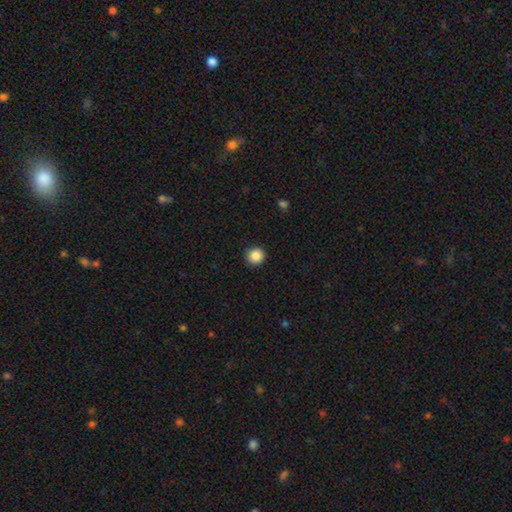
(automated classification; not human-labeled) The model was most divided on "smooth or featured": smooth: 87%, star or artifact: 10%, featured or disk: 3%. More confident: how rounded — round (94%); merging — none (92%).